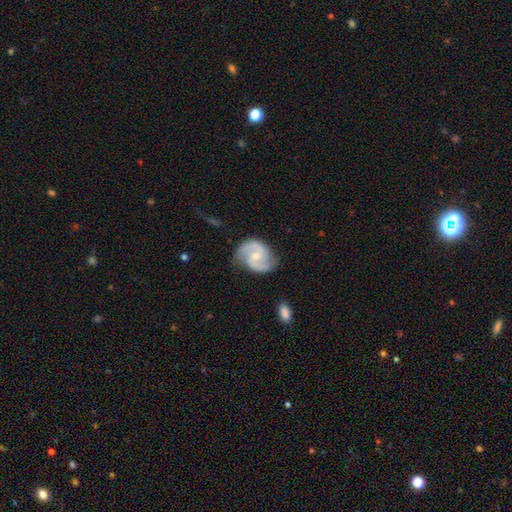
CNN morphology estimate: type=featured or disk (87%); edge-on=no (98%); bar=weak (46%); spiral arms=yes (97%); winding=medium (56%); arm count=2 (93%); bulge=small (51%); merging=none (78%).